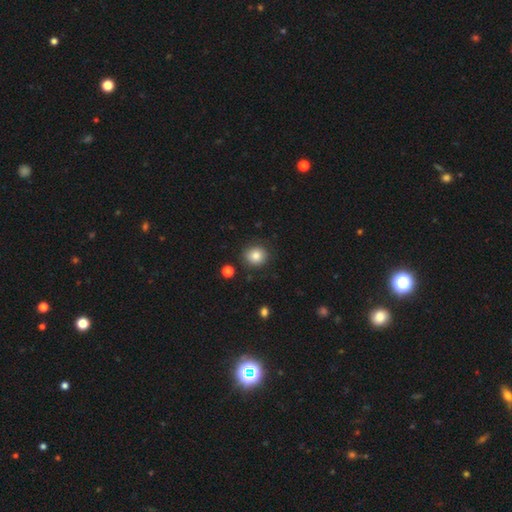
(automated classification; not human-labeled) Morphology: type=smooth (83%); roundness=round (86%); merging=none (85%).